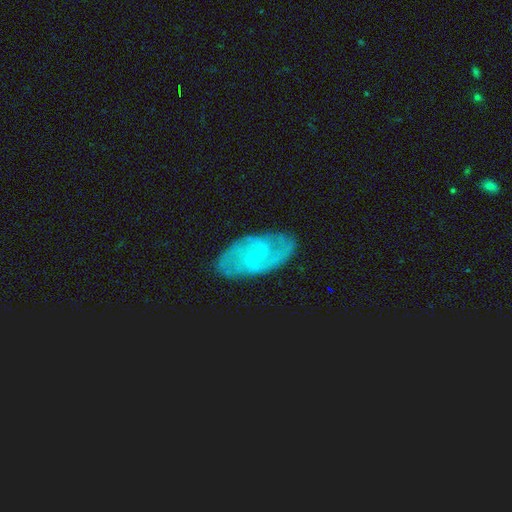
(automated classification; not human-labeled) featured or disk 83%, smooth 10%, star or artifact 7%. Down the decision tree: edge-on disk — no (96%); bar — no (50%); spiral arms — yes (96%); spiral arm count — 2 (66%); spiral winding — medium (49%); bulge size — small (79%); merging — none (80%).